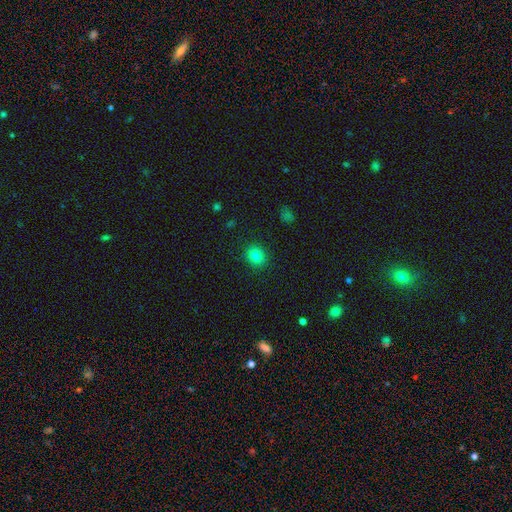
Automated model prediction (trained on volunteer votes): smooth_or_featured: smooth (p=0.82) [alt: star or artifact p=0.12]
how_rounded: round (p=0.75) [alt: in between p=0.24]
merging: none (p=0.90) [alt: minor disturbance p=0.07]